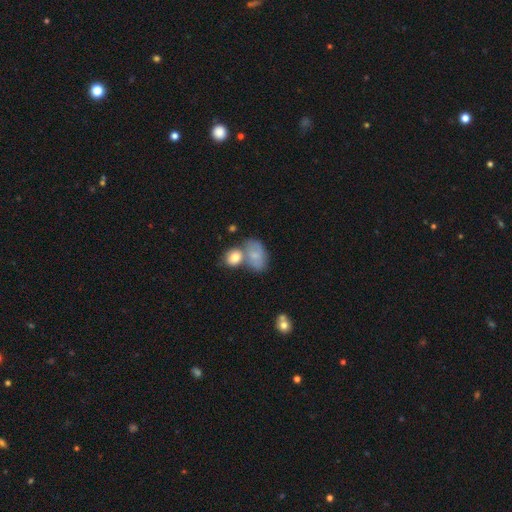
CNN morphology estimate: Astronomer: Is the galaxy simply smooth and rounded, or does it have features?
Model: smooth — 65%.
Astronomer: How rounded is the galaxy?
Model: in between — 82%.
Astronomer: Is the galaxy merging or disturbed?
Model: merger — 39% (runner-up: none, 36%).